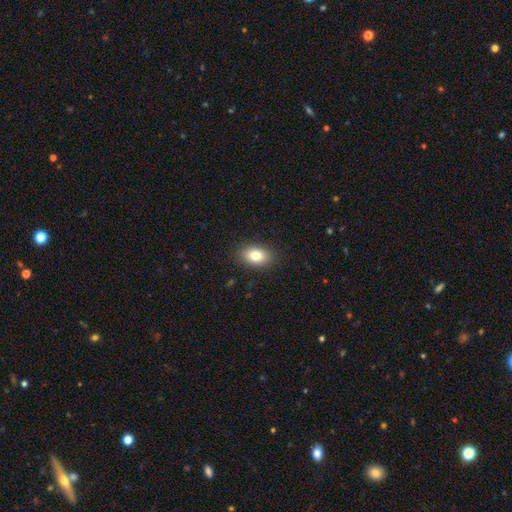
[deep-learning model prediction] smooth_or_featured: smooth (p=0.81) [alt: featured or disk p=0.10]
how_rounded: in between (p=0.85) [alt: round p=0.13]
merging: none (p=0.88) [alt: minor disturbance p=0.09]